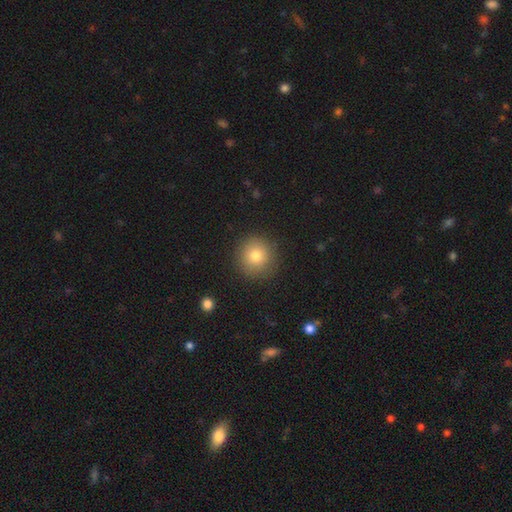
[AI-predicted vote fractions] Smooth or featured? smooth (80%)
How rounded? round (94%)
Merging? none (89%)